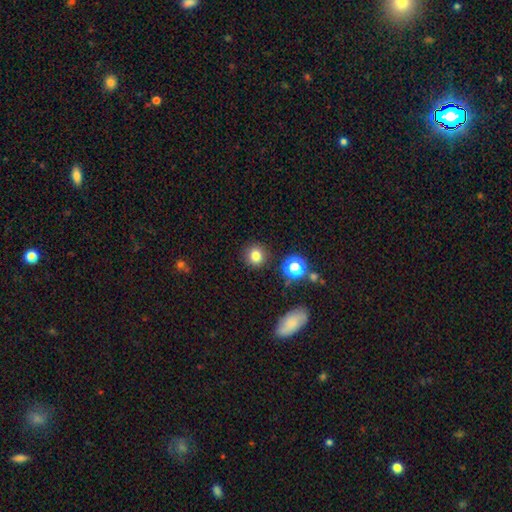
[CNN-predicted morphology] A smooth galaxy with no disk features (80%) that is round (91%).

Vote fractions:
- Smooth or featured? smooth: 80% / star or artifact: 14% / featured or disk: 6%
- How rounded? round: 91% / in between: 8% / cigar-shaped: 1%
- Merging? none: 89% / minor disturbance: 7% / major disturbance: 2% / merger: 2%